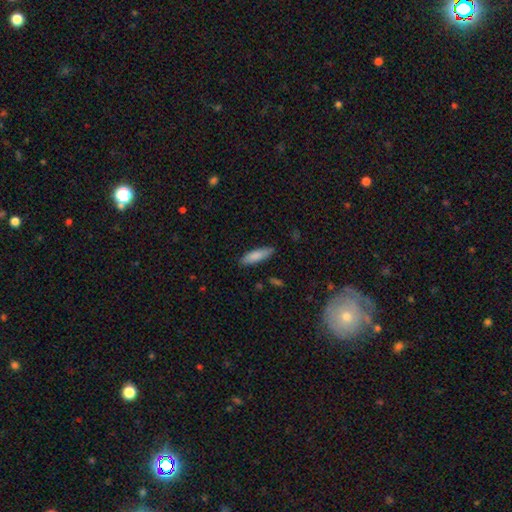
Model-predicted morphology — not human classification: A smooth galaxy with no disk features (83%) that is cigar-shaped (59%).

Vote fractions:
- Smooth or featured? smooth: 83% / featured or disk: 11% / star or artifact: 6%
- How rounded? cigar-shaped: 59% / in between: 39% / round: 1%
- Merging? none: 85% / minor disturbance: 12% / major disturbance: 2% / merger: 1%